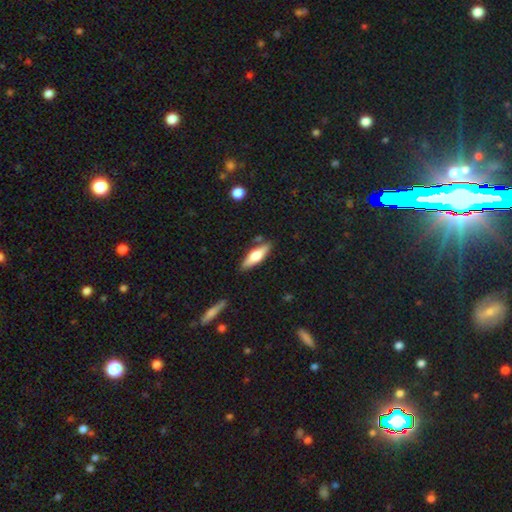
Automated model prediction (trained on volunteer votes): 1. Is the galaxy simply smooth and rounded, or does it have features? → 50% smooth, 45% featured or disk, 6% star or artifact.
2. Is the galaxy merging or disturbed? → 83% none, 11% minor disturbance, 4% merger, 2% major disturbance.